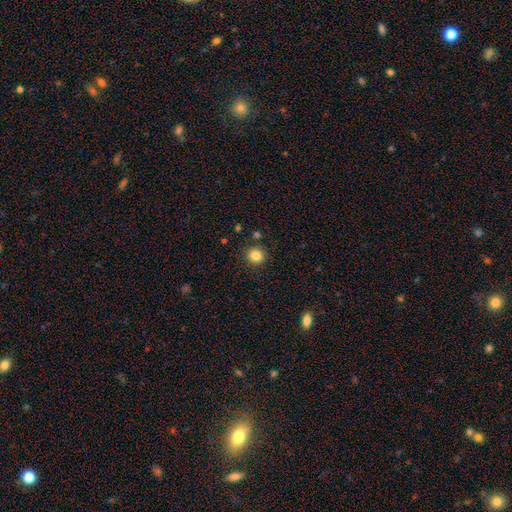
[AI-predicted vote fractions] Morphology: type=smooth (84%); roundness=round (90%); merging=none (88%).